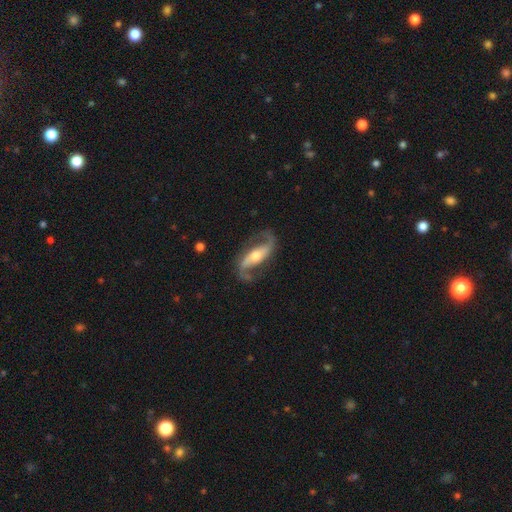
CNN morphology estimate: This appears to be a featured or disk galaxy (89%) with a strong bar (44%), 2 (93%) loose (56%) spiral arms (96%) and a moderate central bulge (64%). Merging: none (78%).